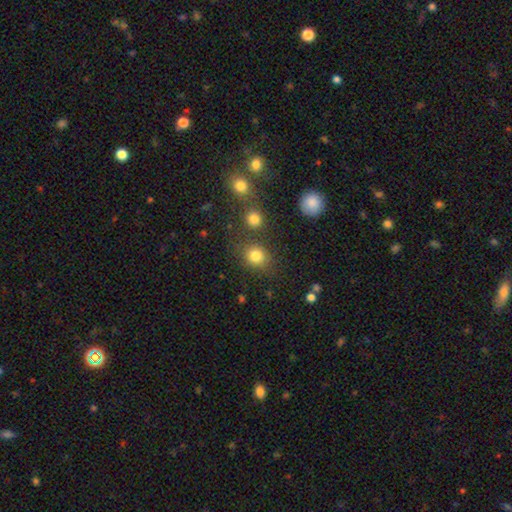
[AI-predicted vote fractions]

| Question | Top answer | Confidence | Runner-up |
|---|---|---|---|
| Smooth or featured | smooth | 81% | star or artifact (13%) |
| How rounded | round | 76% | in between (23%) |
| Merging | none | 75% | minor disturbance (10%) |